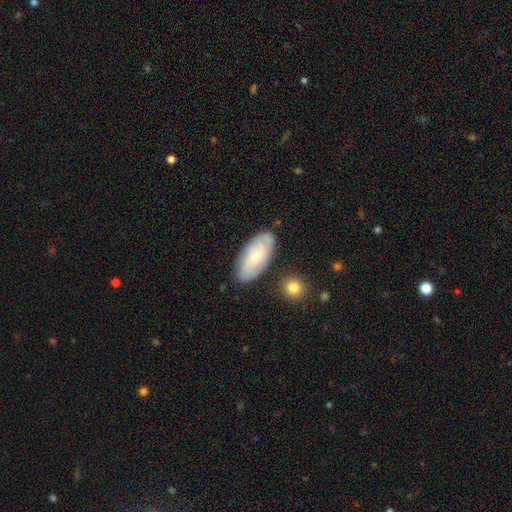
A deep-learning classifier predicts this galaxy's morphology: Smooth or featured? Predicted: featured or disk (p=0.47). Merging? Predicted: none (p=0.81).